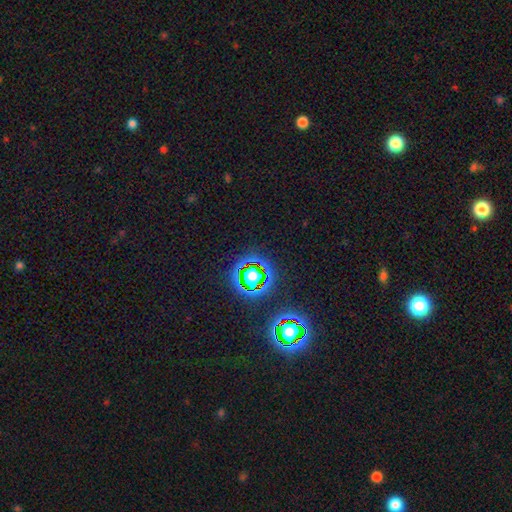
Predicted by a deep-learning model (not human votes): Smooth or featured? Predicted: star or artifact (p=0.80).